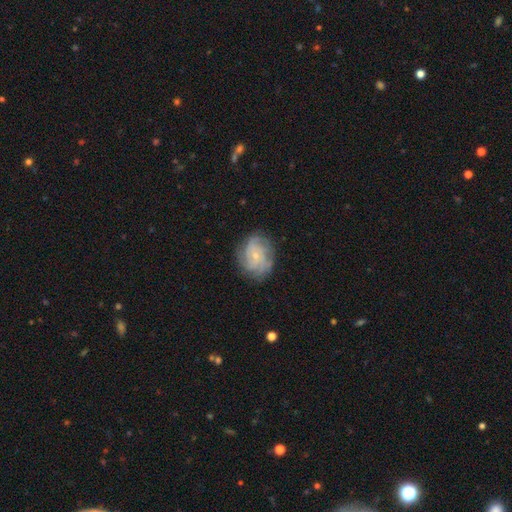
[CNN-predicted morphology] The model was most divided on "spiral arm count": can't tell: 34%, 4: 21%, 3: 19%, 2: 12%, more than 4: 8%, 1: 6%. More confident: edge-on disk — no (97%); spiral arms — yes (94%); merging — none (78%); bulge size — small (77%); smooth or featured — featured or disk (76%); bar — no (73%); spiral winding — tight (61%).